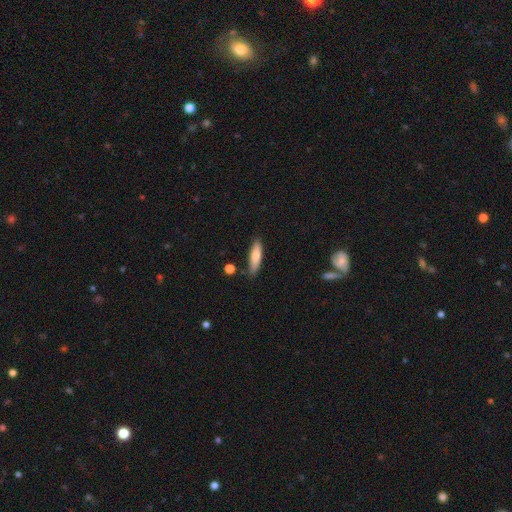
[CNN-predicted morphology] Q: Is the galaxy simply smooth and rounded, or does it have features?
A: smooth — 76%.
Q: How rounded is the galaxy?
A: cigar-shaped — 65%.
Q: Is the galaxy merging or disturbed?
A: none — 79%.